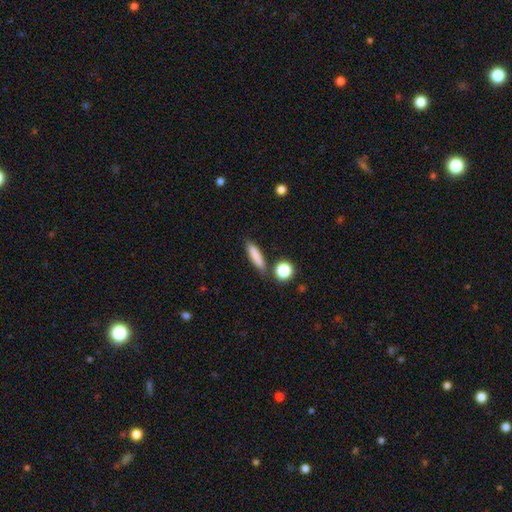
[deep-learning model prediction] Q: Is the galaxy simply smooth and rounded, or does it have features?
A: smooth — 83%.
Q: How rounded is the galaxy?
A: cigar-shaped — 72%.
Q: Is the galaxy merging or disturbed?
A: none — 80%.